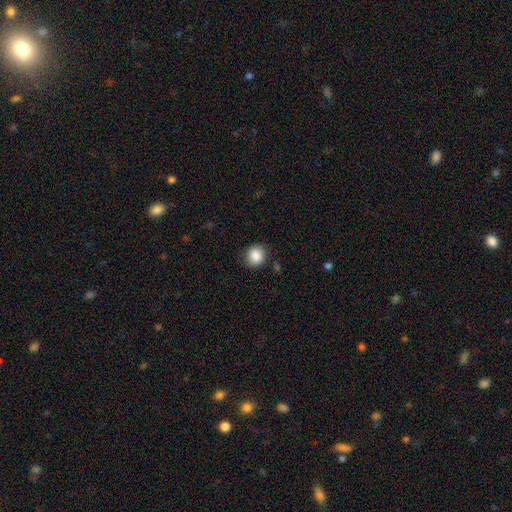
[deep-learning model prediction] Overall: smooth (88%). How rounded: round (80%). Merging: none (84%).